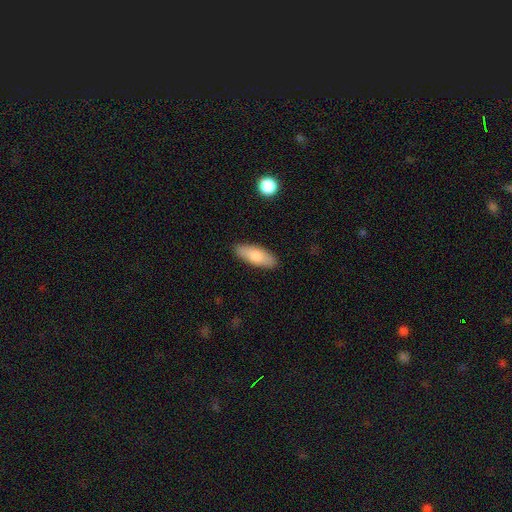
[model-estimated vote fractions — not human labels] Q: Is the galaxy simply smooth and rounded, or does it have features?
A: smooth — 76%.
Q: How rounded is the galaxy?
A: in between — 71%.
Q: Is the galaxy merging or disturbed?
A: none — 89%.